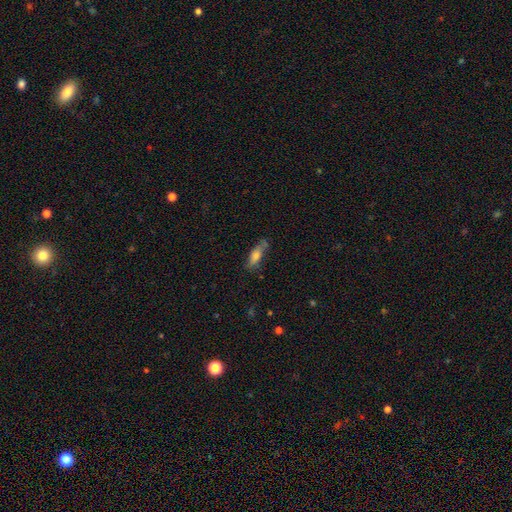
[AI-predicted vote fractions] This appears to be a smooth galaxy with no disk features (69%) that is in between round and cigar-shaped (55%). Merging: none (62%).